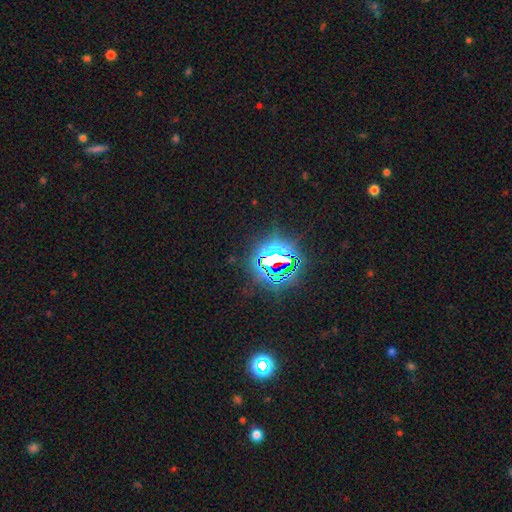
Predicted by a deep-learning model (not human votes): Smooth or featured? star or artifact (83%)